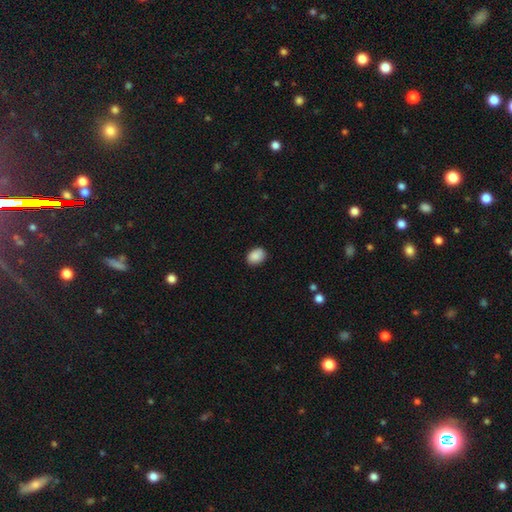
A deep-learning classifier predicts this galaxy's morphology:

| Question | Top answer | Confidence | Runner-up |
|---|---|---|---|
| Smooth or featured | smooth | 89% | star or artifact (8%) |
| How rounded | in between | 71% | round (28%) |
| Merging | none | 87% | minor disturbance (10%) |